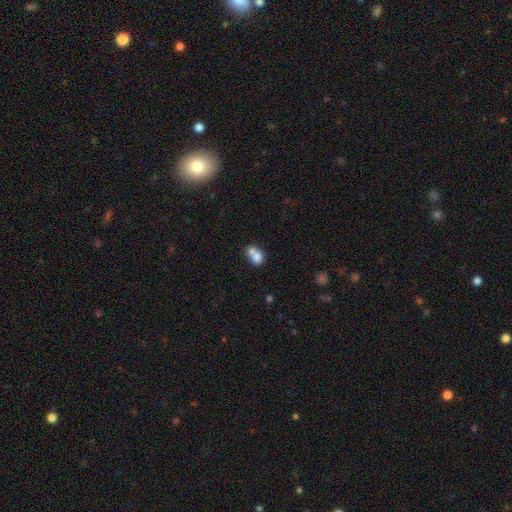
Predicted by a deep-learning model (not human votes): This is likely a smooth galaxy (74%). How rounded: possibly round (53%). Merging: likely merger (68%).